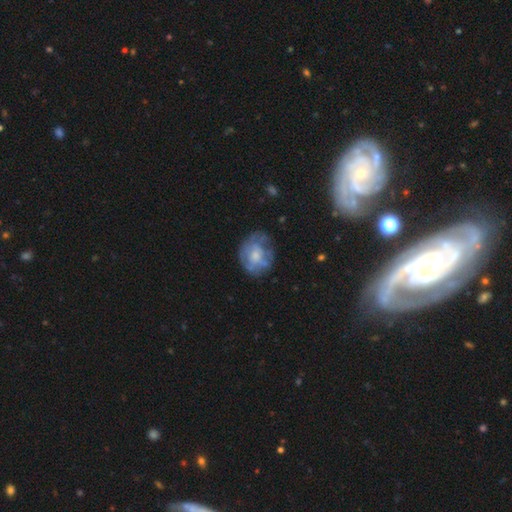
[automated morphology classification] Overall: featured or disk (53%; smooth 39%). Edge-on disk: no (97%). Bar: no (82%). Spiral arms: no (65%; yes 35%). Bulge size: moderate (44%; small 36%). Merging: none (56%; minor disturbance 25%).